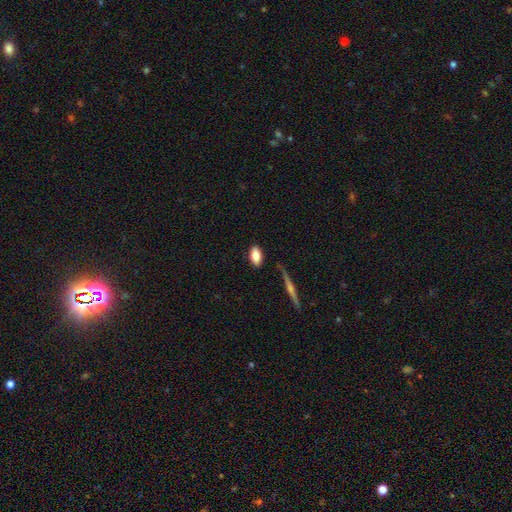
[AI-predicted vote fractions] Overall: smooth (80%). How rounded: in between (88%). Merging: none (84%).